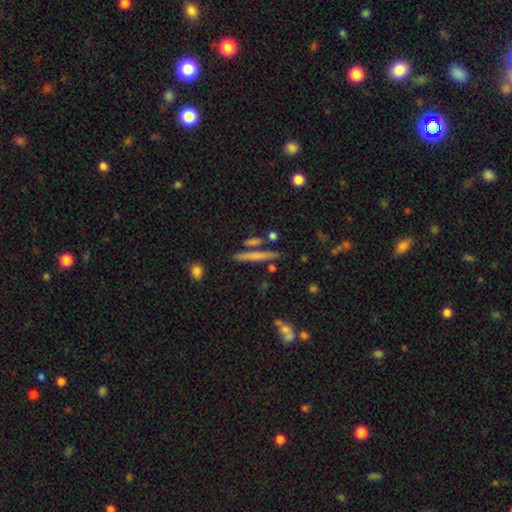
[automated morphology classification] This appears to be a smooth galaxy with no disk features (56%) that is cigar-shaped (94%). Merging: none (81%).